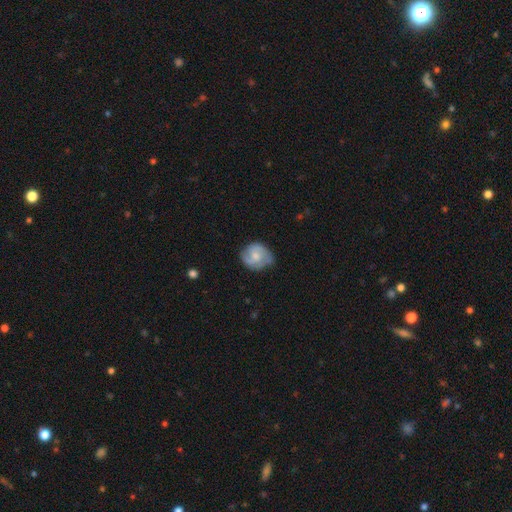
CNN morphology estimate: This appears to be a featured or disk galaxy (62%) with no bar (61%), 2 (65%) medium (47%) spiral arms (90%) and a small central bulge (46%). Merging: none (67%).